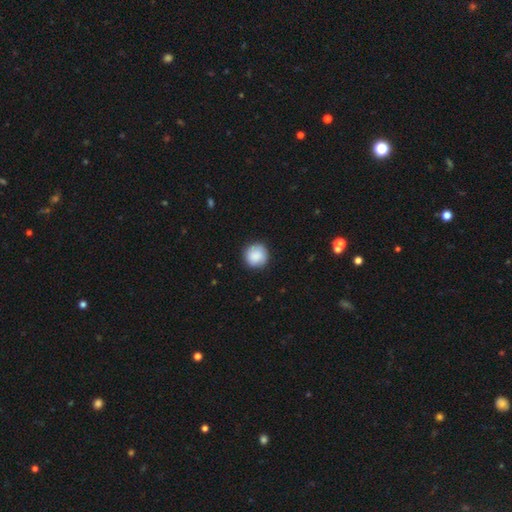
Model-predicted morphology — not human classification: Q: Smooth or featured?
A: smooth (89%); runner-up: star or artifact (7%)
Q: How rounded?
A: round (94%); runner-up: in between (5%)
Q: Merging?
A: none (89%); runner-up: minor disturbance (8%)